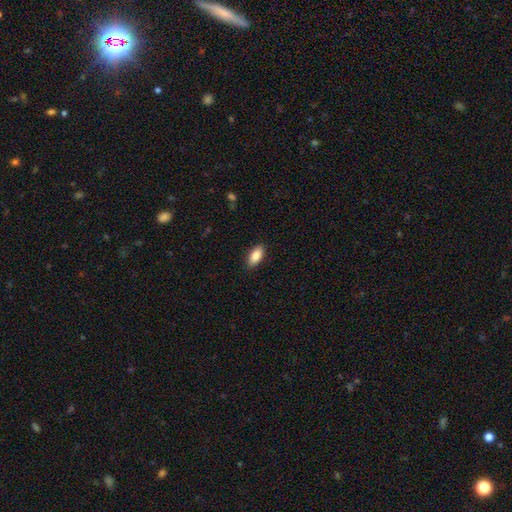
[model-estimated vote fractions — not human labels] Smooth or featured? smooth (88%)
How rounded? in between (91%)
Merging? none (89%)